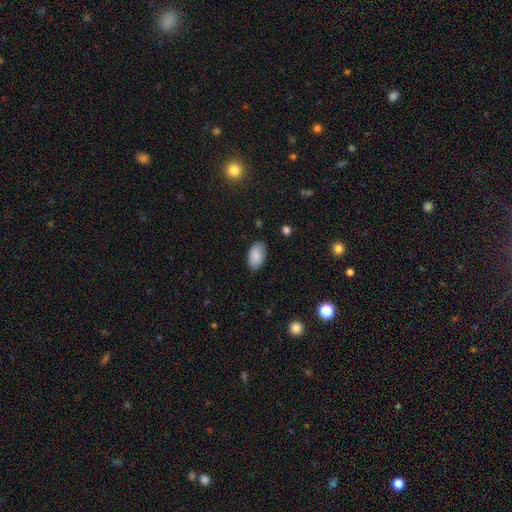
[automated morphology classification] This is clearly a smooth galaxy (87%). How rounded: clearly in between (94%). Merging: clearly none (83%).